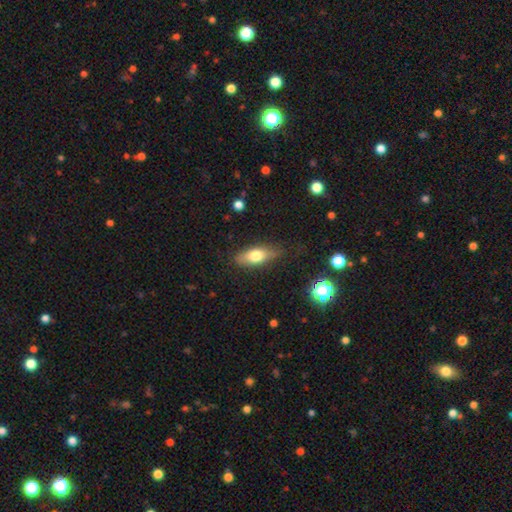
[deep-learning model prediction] Smooth or featured? Predicted: smooth (p=0.68). How rounded? Predicted: in between (p=0.72). Merging? Predicted: none (p=0.78).